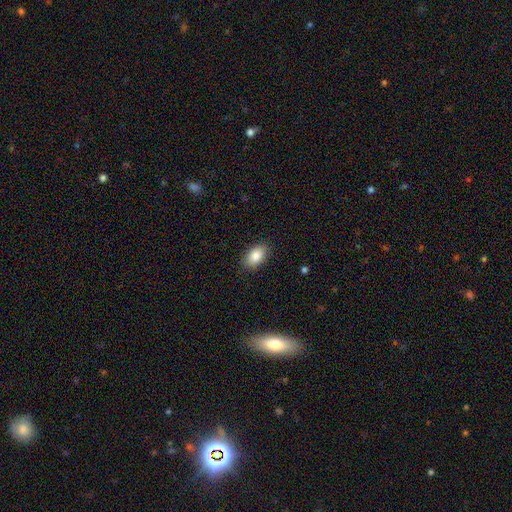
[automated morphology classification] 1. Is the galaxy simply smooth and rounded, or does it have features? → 86% smooth, 8% star or artifact, 6% featured or disk.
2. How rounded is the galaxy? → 91% in between, 7% round, 2% cigar-shaped.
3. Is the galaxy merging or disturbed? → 87% none, 9% minor disturbance, 2% major disturbance, 1% merger.